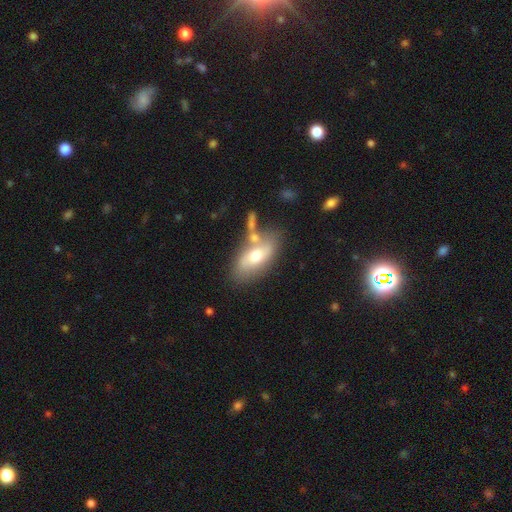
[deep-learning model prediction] The model was most divided on "smooth or featured": smooth: 53%, featured or disk: 40%, star or artifact: 7%. More confident: how rounded — in between (87%); merging — none (54%).